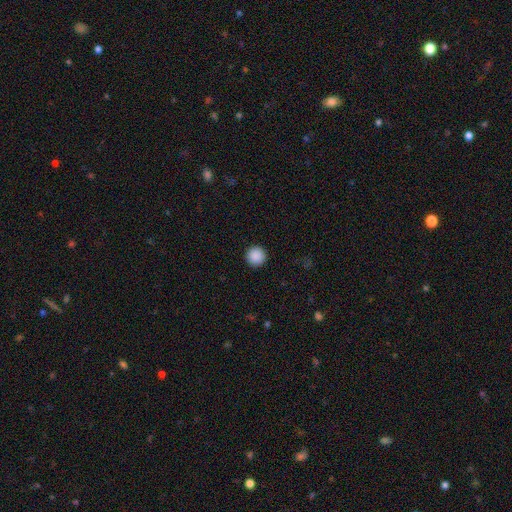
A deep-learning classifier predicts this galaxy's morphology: smooth 89%, star or artifact 8%, featured or disk 2%. Down the decision tree: how rounded — round (96%); merging — none (93%).